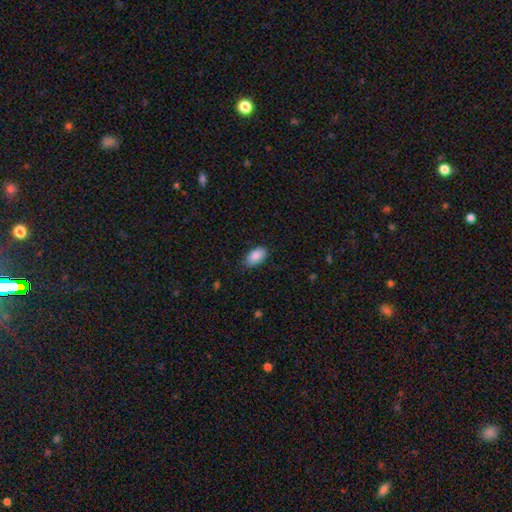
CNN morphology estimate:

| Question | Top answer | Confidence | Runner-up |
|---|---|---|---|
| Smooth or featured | smooth | 89% | star or artifact (7%) |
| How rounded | in between | 93% | round (5%) |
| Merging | none | 79% | minor disturbance (17%) |